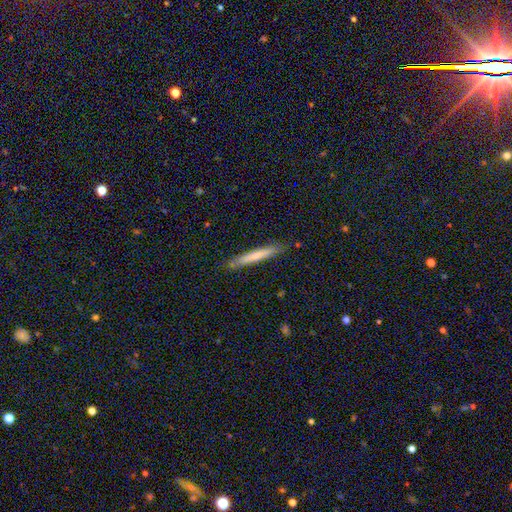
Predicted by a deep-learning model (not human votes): Q: Smooth or featured?
A: smooth (66%); runner-up: featured or disk (27%)
Q: How rounded?
A: cigar-shaped (96%); runner-up: in between (3%)
Q: Merging?
A: none (87%); runner-up: minor disturbance (10%)